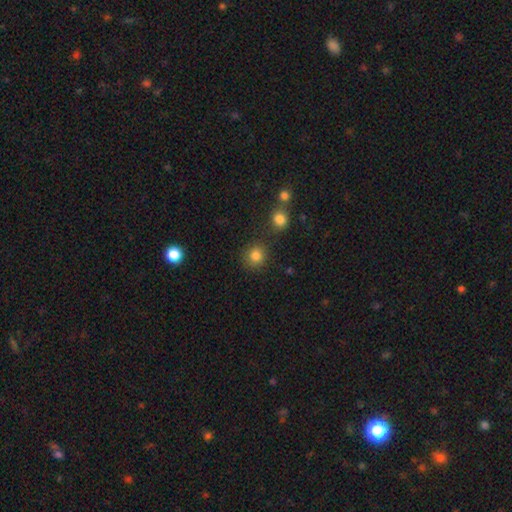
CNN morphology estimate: type=smooth (82%); roundness=round (89%); merging=none (81%).